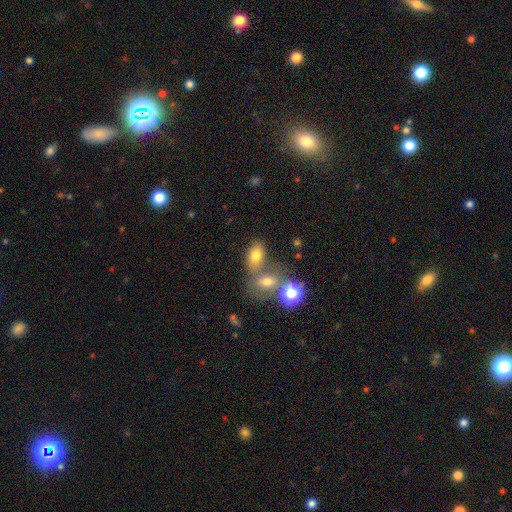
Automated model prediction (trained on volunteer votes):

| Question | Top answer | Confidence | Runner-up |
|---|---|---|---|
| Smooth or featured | smooth | 72% | star or artifact (15%) |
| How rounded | in between | 80% | round (18%) |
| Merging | none | 43% | merger (40%) |